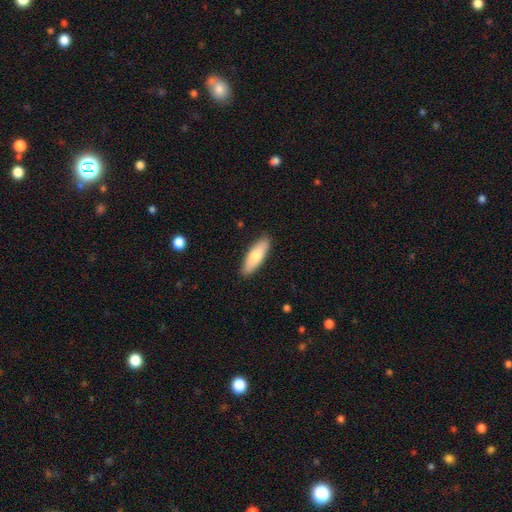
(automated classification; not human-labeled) Smooth or featured? smooth (76%)
How rounded? in between (55%)
Merging? none (88%)